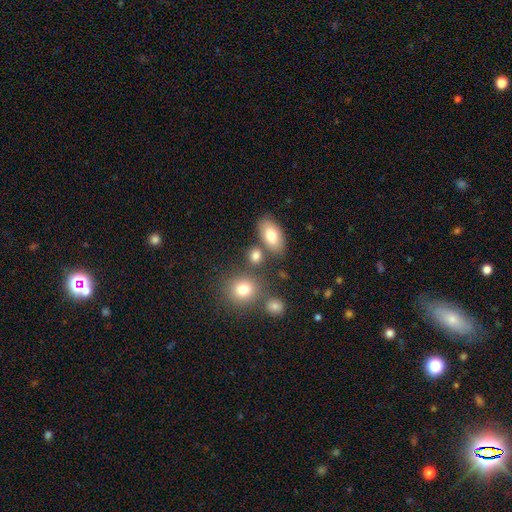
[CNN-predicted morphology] Smooth or featured? smooth (78%)
How rounded? in between (63%)
Merging? none (70%)